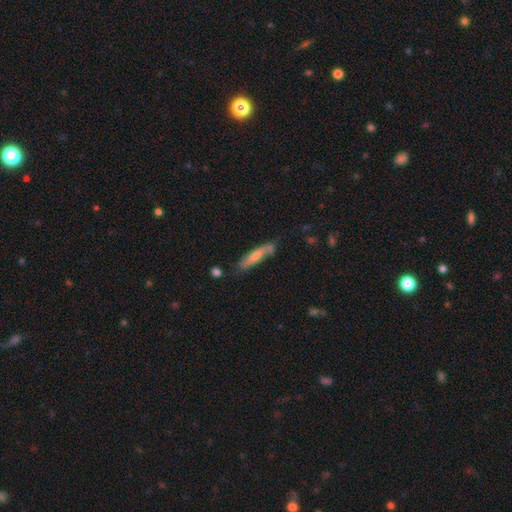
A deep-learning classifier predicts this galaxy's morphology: Smooth or featured? Predicted: smooth (p=0.54). How rounded? Predicted: cigar-shaped (p=0.86). Merging? Predicted: none (p=0.72).